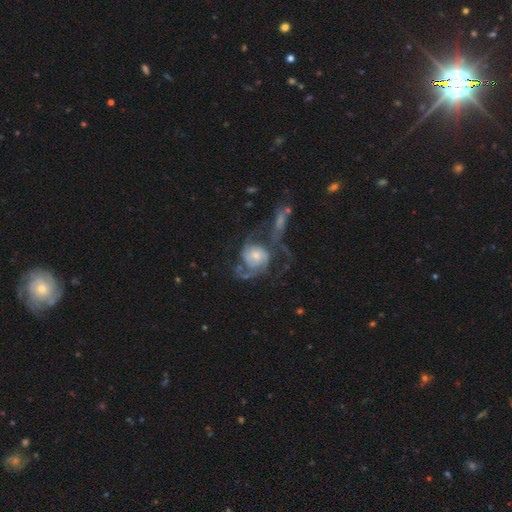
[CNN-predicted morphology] This is clearly a featured or disk galaxy (84%). It is clearly not viewed edge-on (97%). Bar: likely no (72%). Spiral arm pattern: clearly yes (93%). Spiral arm count: possibly 2 (49%). Spiral winding: marginally medium (42%). Central bulge: marginally moderate (44%). Merging: marginally none (32%).